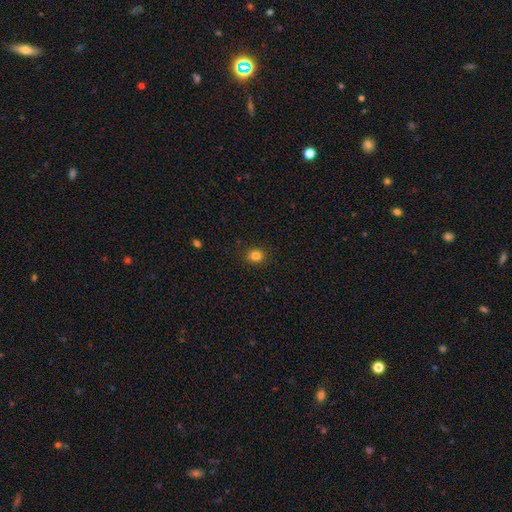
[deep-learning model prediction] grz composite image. It shows a smooth galaxy with no disk features (82%) that is round (76%). Merging: none (89%).